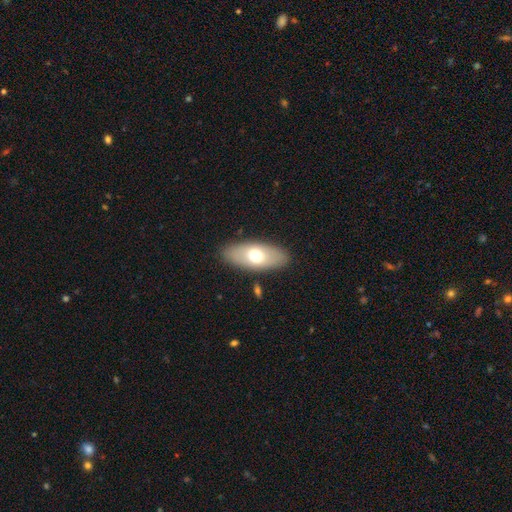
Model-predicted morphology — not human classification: Smooth or featured? smooth (63%)
How rounded? in between (87%)
Merging? none (86%)